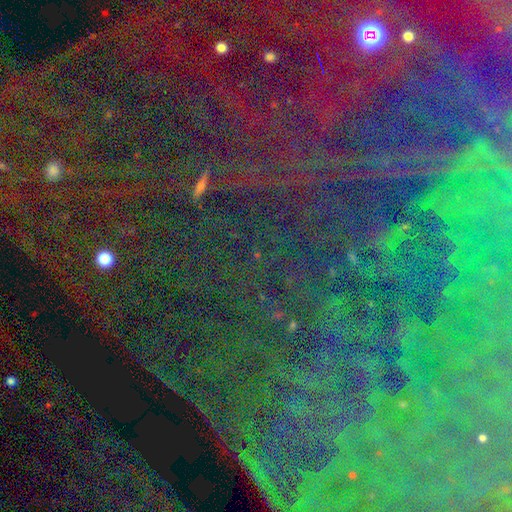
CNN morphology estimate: smooth_or_featured: star or artifact (p=0.79) [alt: featured or disk p=0.11]